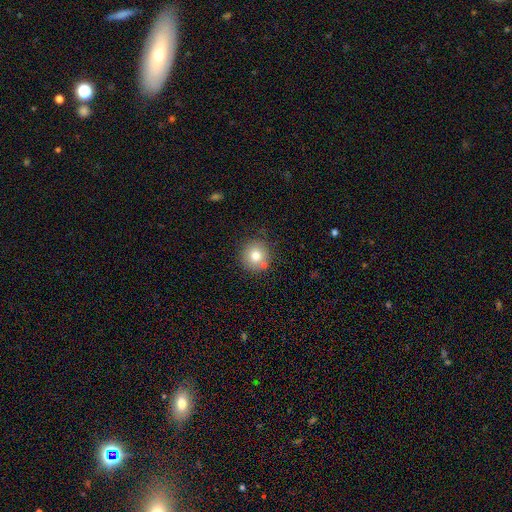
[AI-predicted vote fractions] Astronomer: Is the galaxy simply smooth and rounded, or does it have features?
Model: smooth — 77%.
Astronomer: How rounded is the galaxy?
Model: round — 93%.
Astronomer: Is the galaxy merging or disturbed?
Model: none — 77%.